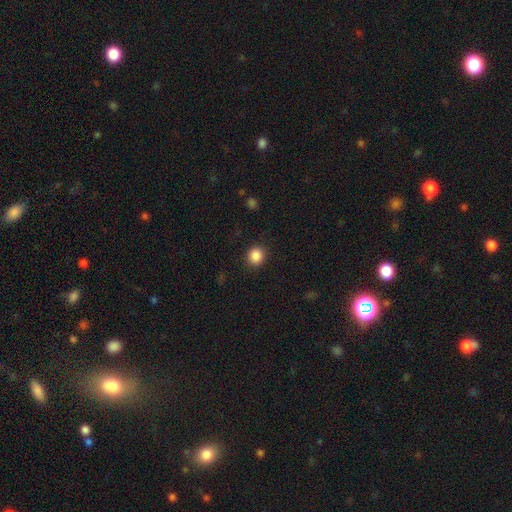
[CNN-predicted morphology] smooth-or-featured: smooth: 87% | star or artifact: 10% | featured or disk: 3%
  how-rounded: round: 84% | in between: 15% | cigar-shaped: 1%
  merging: none: 90% | minor disturbance: 7% | major disturbance: 2% | merger: 1%